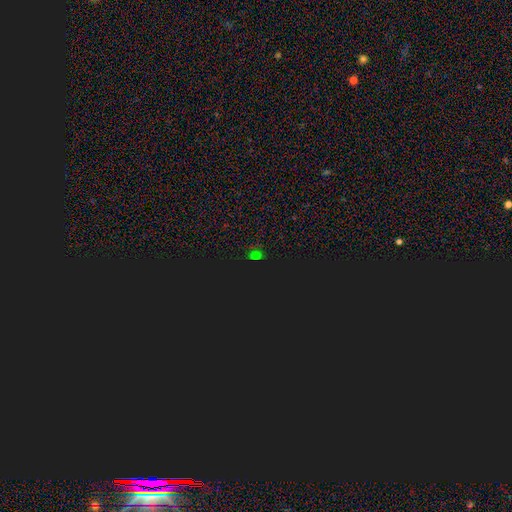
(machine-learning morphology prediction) Smooth or featured?
  - star or artifact: 66% *
  - smooth: 28%
  - featured or disk: 6%